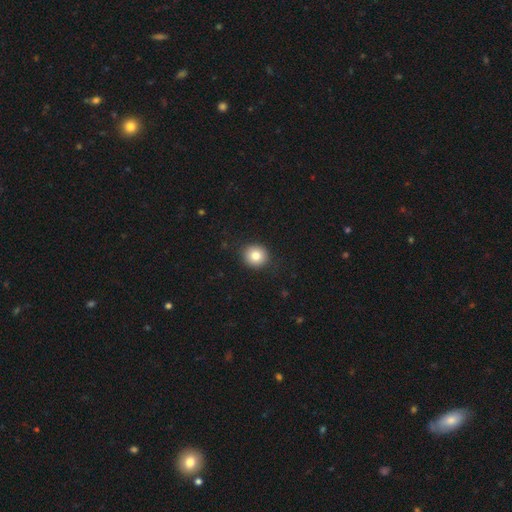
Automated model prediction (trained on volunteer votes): A smooth galaxy with no disk features (82%) that is round (88%). Merging: none (89%).